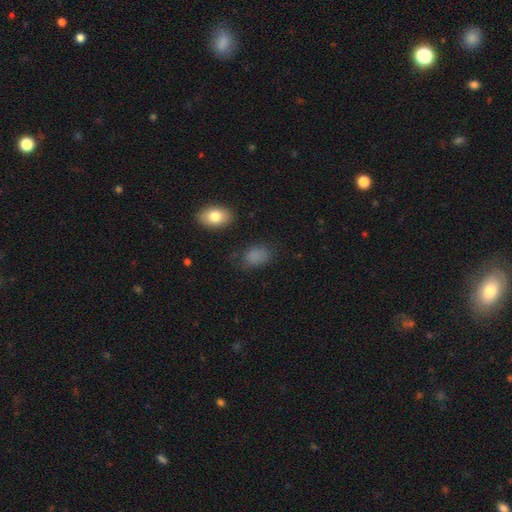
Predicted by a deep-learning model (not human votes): This is clearly a smooth galaxy (82%). How rounded: clearly in between (83%). Merging: likely none (66%).